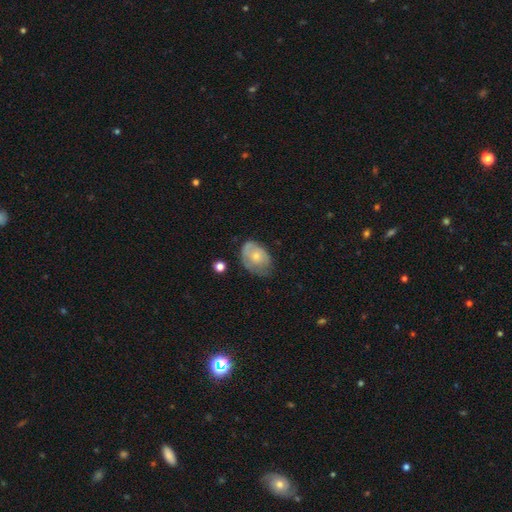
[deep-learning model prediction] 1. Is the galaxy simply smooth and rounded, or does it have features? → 52% smooth, 41% featured or disk, 7% star or artifact.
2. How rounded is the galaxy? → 77% in between, 22% round, 1% cigar-shaped.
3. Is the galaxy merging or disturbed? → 51% none, 34% minor disturbance, 13% major disturbance, 2% merger.